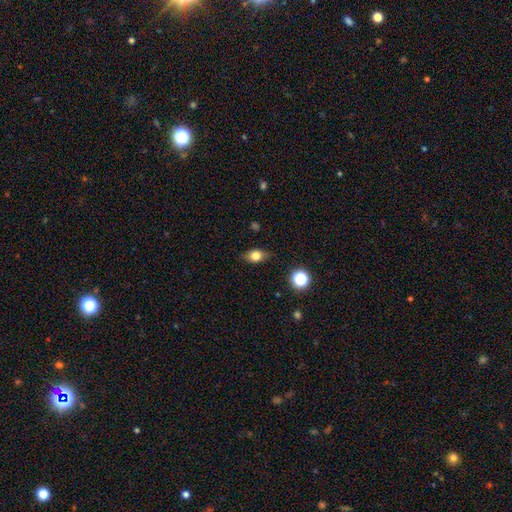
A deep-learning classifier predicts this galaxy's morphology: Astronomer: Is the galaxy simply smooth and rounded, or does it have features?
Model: smooth — 73%.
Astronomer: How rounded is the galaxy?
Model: in between — 71%.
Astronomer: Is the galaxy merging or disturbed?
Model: none — 80%.